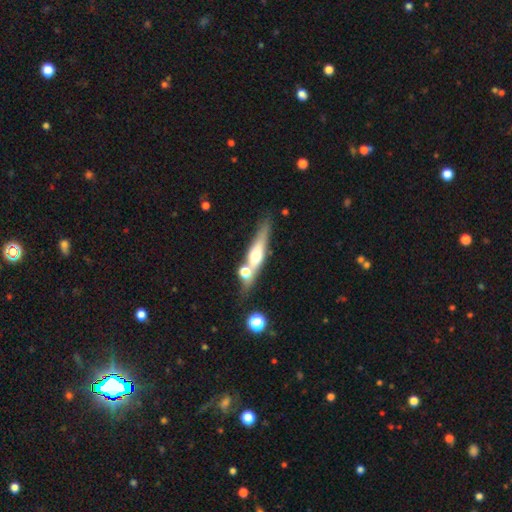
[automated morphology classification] Overall: featured or disk (57%; smooth 36%). Edge-on disk: yes (87%). Merging: none (61%; merger 21%).